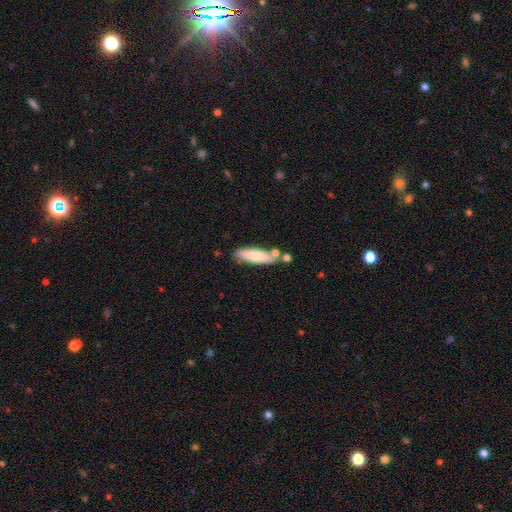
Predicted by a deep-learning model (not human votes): Q: Smooth or featured?
A: smooth (74%); runner-up: featured or disk (20%)
Q: How rounded?
A: cigar-shaped (59%); runner-up: in between (39%)
Q: Merging?
A: none (68%); runner-up: minor disturbance (16%)